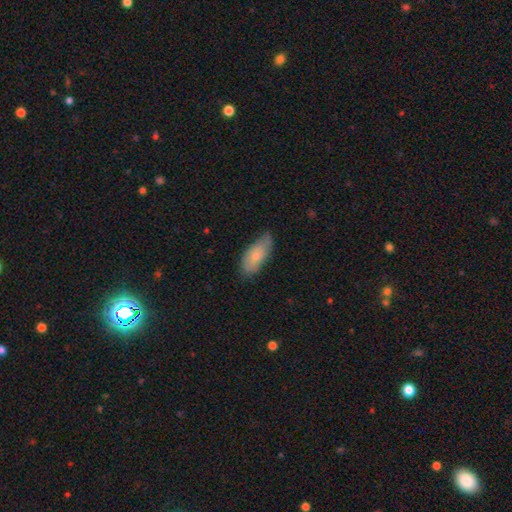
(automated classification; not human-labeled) Q: Smooth or featured?
A: smooth (70%); runner-up: featured or disk (24%)
Q: How rounded?
A: in between (87%); runner-up: cigar-shaped (10%)
Q: Merging?
A: none (64%); runner-up: minor disturbance (29%)